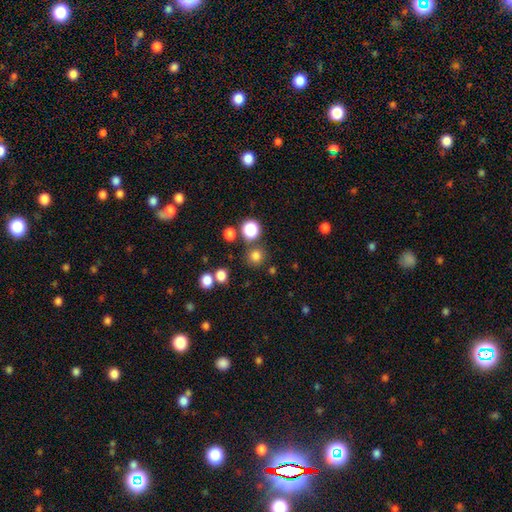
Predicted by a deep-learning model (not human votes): The model was most divided on "smooth or featured": smooth: 78%, star or artifact: 17%, featured or disk: 5%. More confident: how rounded — round (92%); merging — none (81%).